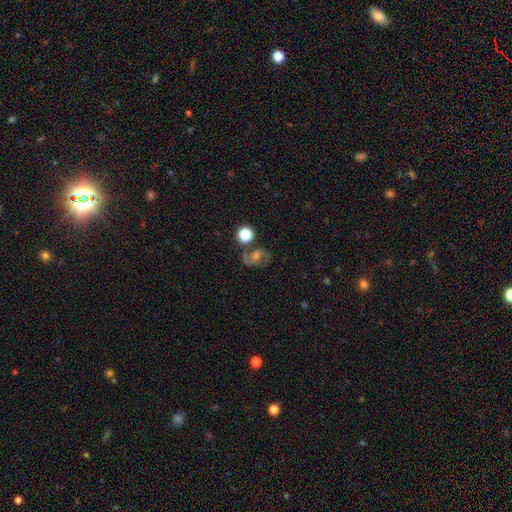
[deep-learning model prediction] Overall: featured or disk (65%). Edge-on disk: no (97%). Bar: no (55%; weak 36%). Spiral arms: yes (88%). Spiral arm count: 2 (87%). Spiral winding: medium (54%; loose 26%). Bulge size: moderate (54%; small 29%). Merging: none (69%).